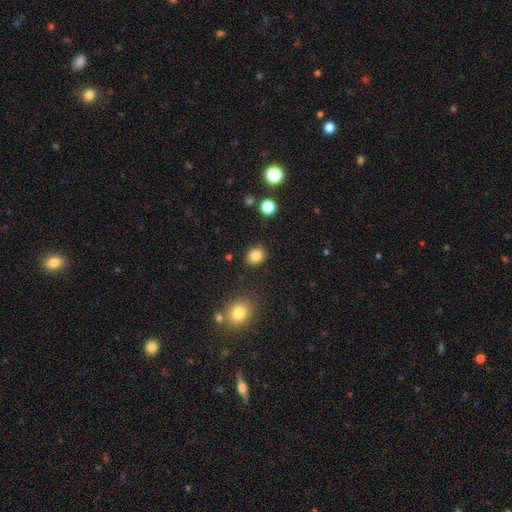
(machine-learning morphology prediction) This is clearly a smooth galaxy (84%). How rounded: likely round (67%). Merging: clearly none (87%).